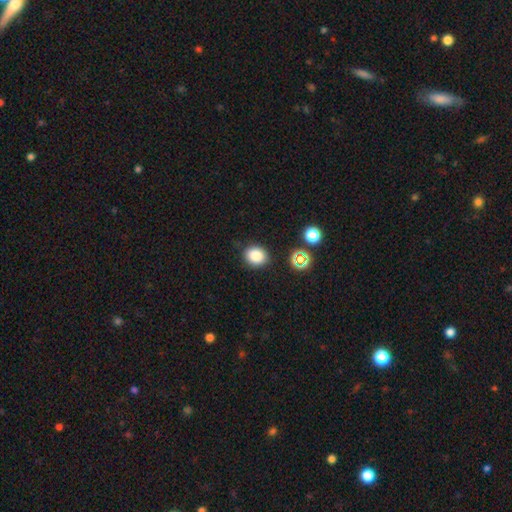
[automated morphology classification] smooth_or_featured: smooth (p=0.83) [alt: star or artifact p=0.12]
how_rounded: round (p=0.59) [alt: in between p=0.40]
merging: none (p=0.84) [alt: minor disturbance p=0.11]